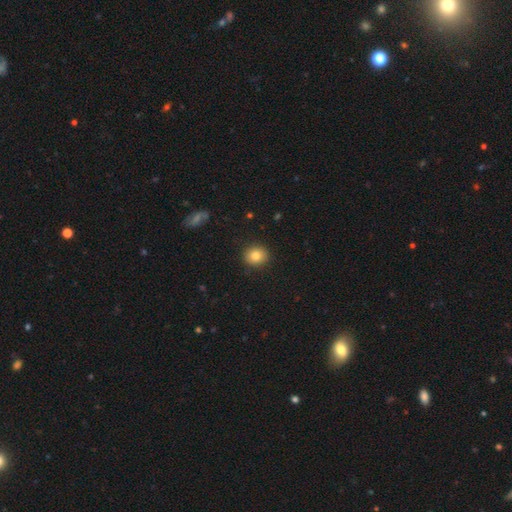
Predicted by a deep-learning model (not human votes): Smooth or featured: smooth — 81% (star or artifact — 10%)
How rounded: round — 83% (in between — 16%)
Merging: none — 91% (minor disturbance — 6%)